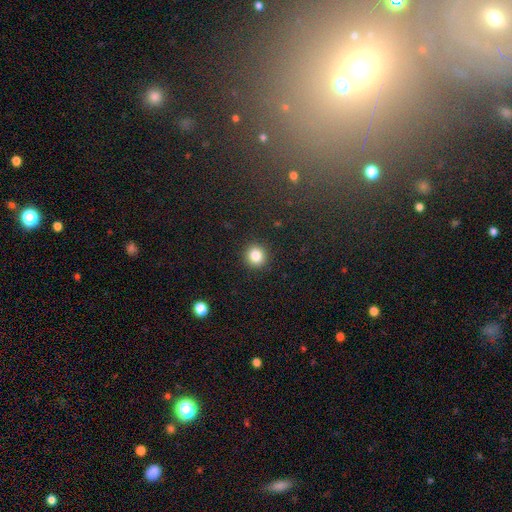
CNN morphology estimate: This appears to be a smooth galaxy with no disk features (83%) that is round (92%). Merging: none (92%).